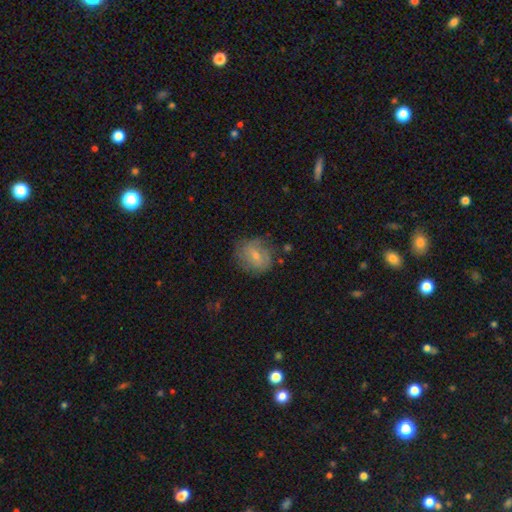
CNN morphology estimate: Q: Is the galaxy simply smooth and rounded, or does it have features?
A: smooth — 49%.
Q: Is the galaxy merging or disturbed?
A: none — 73%.